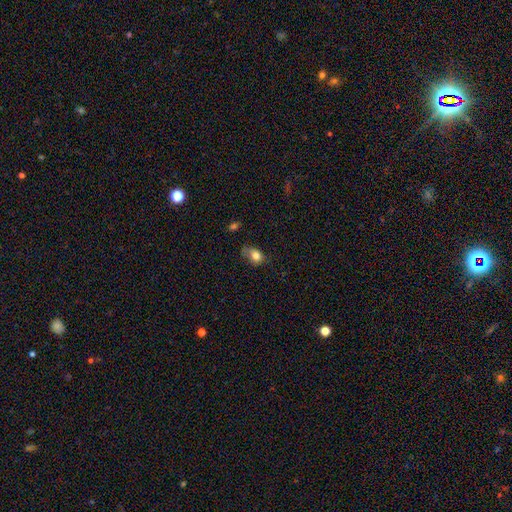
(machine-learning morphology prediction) Q: Smooth or featured?
A: smooth (79%); runner-up: featured or disk (11%)
Q: How rounded?
A: in between (65%); runner-up: round (34%)
Q: Merging?
A: none (40%); runner-up: minor disturbance (38%)